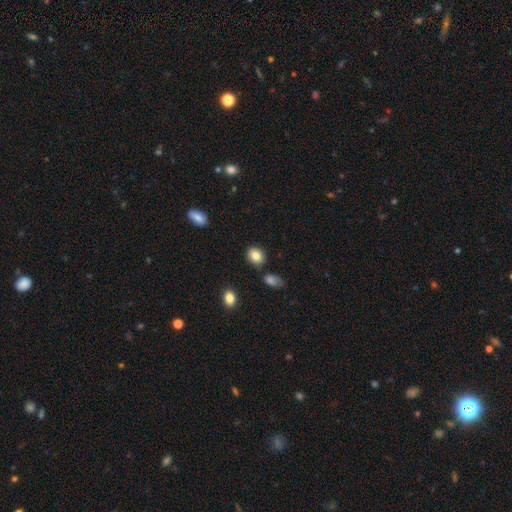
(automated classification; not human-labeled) Smooth or featured? smooth (84%)
How rounded? in between (51%)
Merging? none (83%)